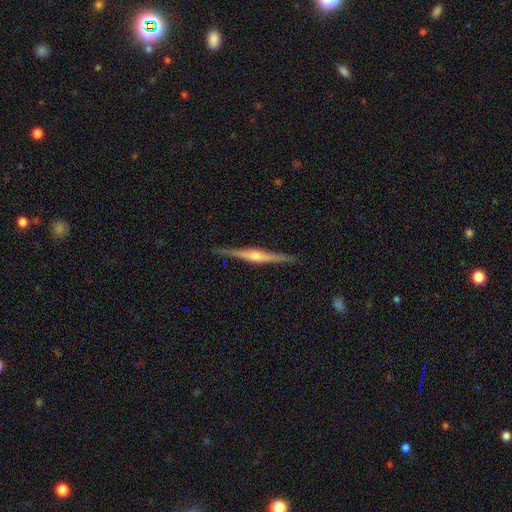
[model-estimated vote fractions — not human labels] The model was most divided on "smooth or featured": featured or disk: 82%, smooth: 12%, star or artifact: 5%. More confident: edge-on disk — yes (98%); merging — none (91%); edge-on bulge — rounded (85%).